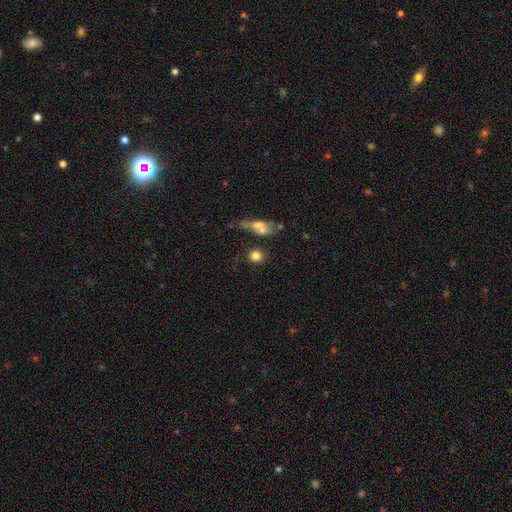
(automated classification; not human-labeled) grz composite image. It shows a smooth galaxy with no disk features (79%) that is round (83%). Merging: none (64%).